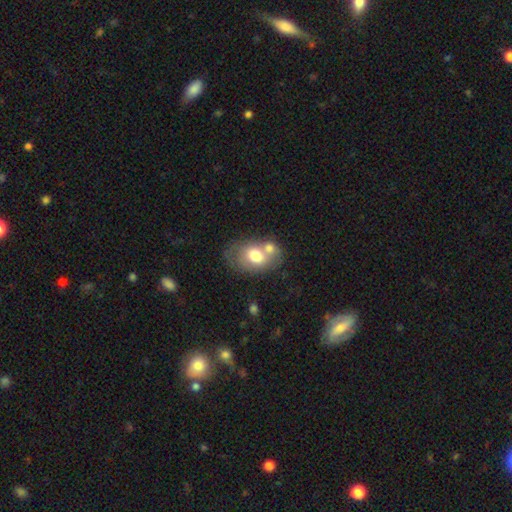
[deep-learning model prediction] Overall: smooth (67%). How rounded: in between (74%). Merging: merger (48%; none 29%).